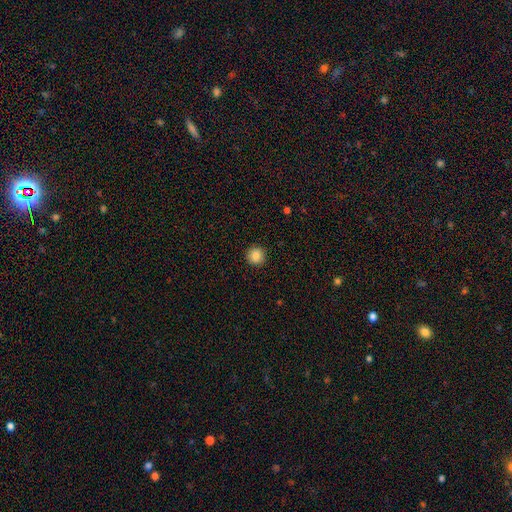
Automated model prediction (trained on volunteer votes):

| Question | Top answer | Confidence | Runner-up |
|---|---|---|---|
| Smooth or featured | smooth | 87% | star or artifact (9%) |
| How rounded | round | 94% | in between (5%) |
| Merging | none | 92% | minor disturbance (5%) |